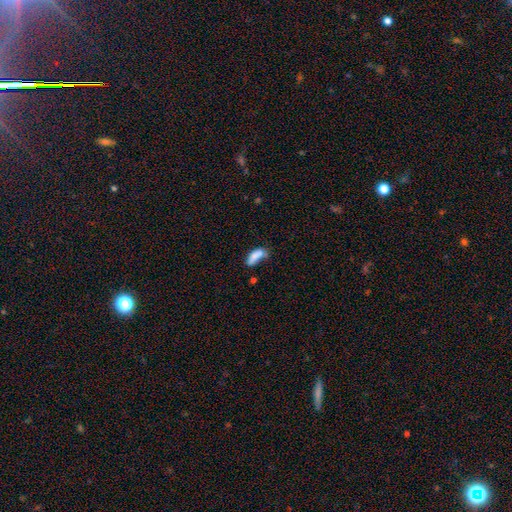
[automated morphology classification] Q: Smooth or featured?
A: smooth (77%); runner-up: featured or disk (13%)
Q: How rounded?
A: in between (73%); runner-up: cigar-shaped (24%)
Q: Merging?
A: none (35%); runner-up: minor disturbance (27%)